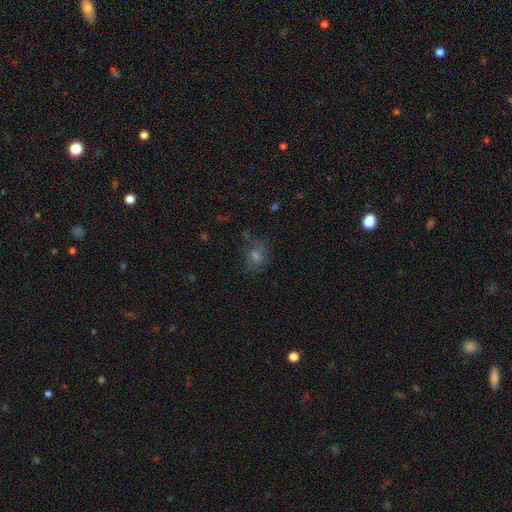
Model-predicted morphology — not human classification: smooth-or-featured: smooth: 50% | star or artifact: 28% | featured or disk: 22%
  how-rounded: round: 63% | in between: 35% | cigar-shaped: 1%
  merging: none: 65% | minor disturbance: 20% | major disturbance: 12% | merger: 3%